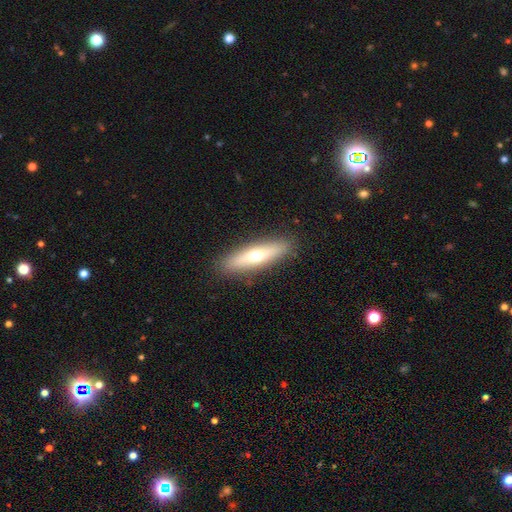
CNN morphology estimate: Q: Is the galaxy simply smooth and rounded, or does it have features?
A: smooth — 53%.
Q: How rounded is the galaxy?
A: cigar-shaped — 76%.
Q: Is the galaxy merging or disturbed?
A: none — 90%.